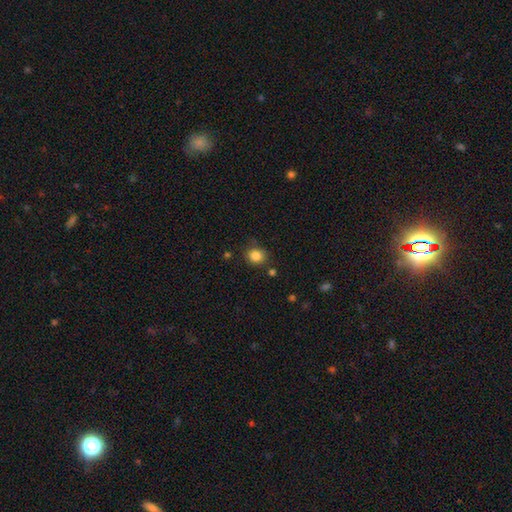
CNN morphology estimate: This appears to be a smooth galaxy with no disk features (85%) that is round (80%). Merging: none (79%).